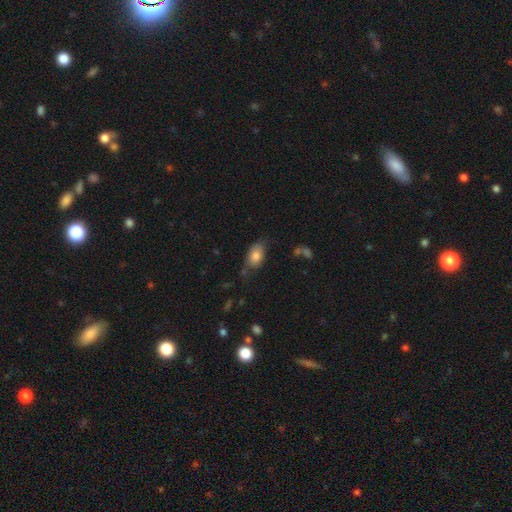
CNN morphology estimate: Smooth or featured? Predicted: smooth (p=0.80). How rounded? Predicted: in between (p=0.88). Merging? Predicted: none (p=0.60).